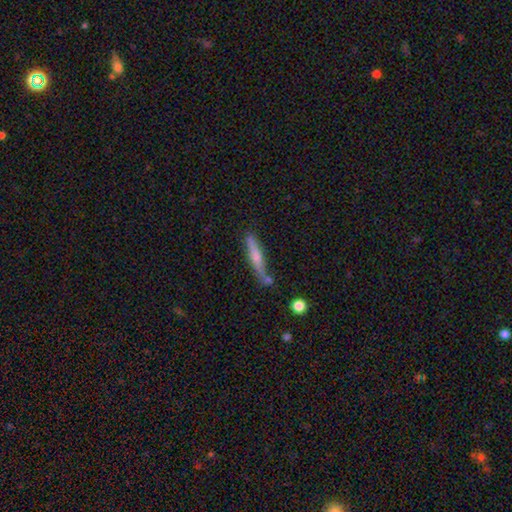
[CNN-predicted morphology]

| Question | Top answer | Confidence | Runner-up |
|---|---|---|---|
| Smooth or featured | smooth | 58% | featured or disk (36%) |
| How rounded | cigar-shaped | 90% | in between (8%) |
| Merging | none | 66% | minor disturbance (18%) |